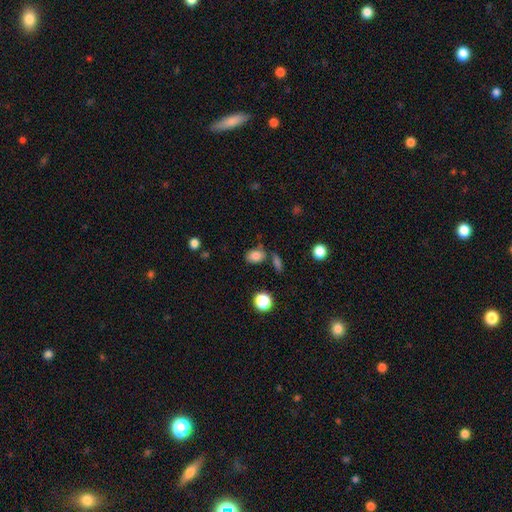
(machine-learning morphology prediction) smooth-or-featured: smooth: 83% | star or artifact: 11% | featured or disk: 6%
  how-rounded: in between: 76% | round: 23% | cigar-shaped: 2%
  merging: none: 69% | minor disturbance: 15% | merger: 11% | major disturbance: 5%